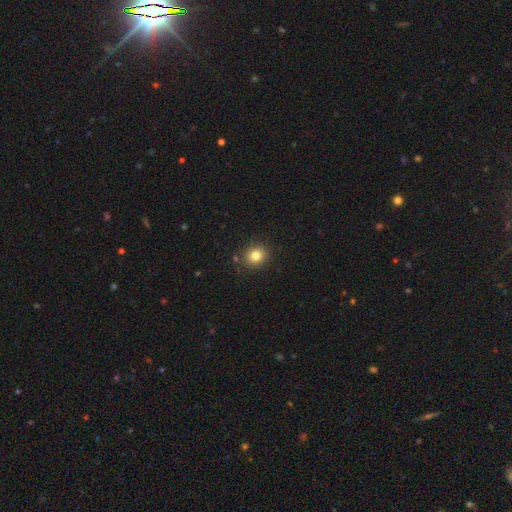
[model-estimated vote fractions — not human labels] This is clearly a smooth galaxy (82%). How rounded: likely round (72%). Merging: clearly none (87%).